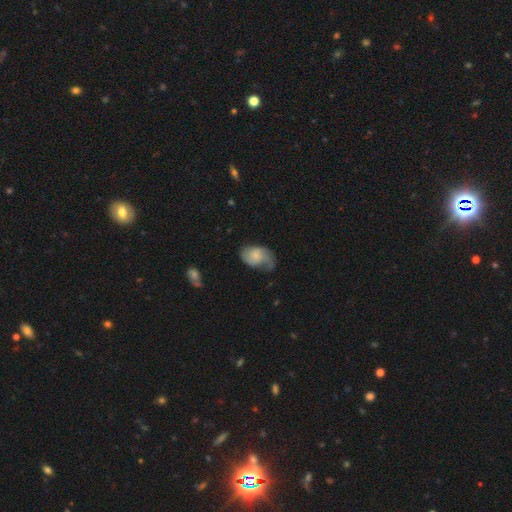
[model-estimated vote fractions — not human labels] Morphology: type=featured or disk (48%); merging=none (43%).